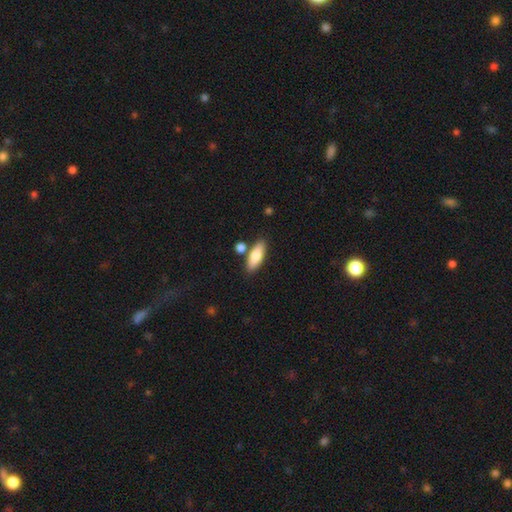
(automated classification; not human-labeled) The model was most divided on "how rounded": in between: 68%, cigar-shaped: 29%, round: 3%. More confident: smooth or featured — smooth (79%); merging — none (77%).